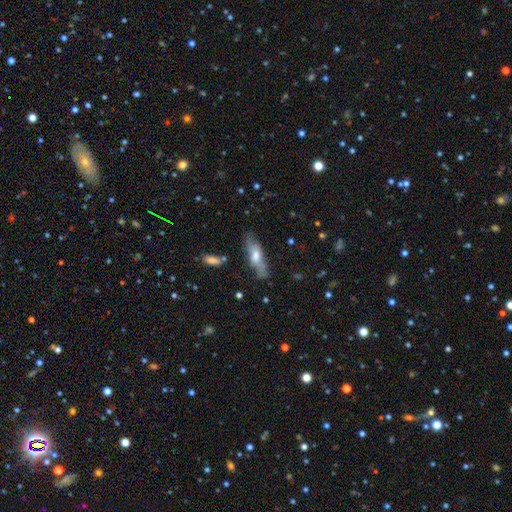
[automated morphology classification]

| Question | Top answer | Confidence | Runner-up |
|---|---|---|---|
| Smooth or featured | smooth | 49% | featured or disk (44%) |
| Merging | none | 71% | minor disturbance (20%) |